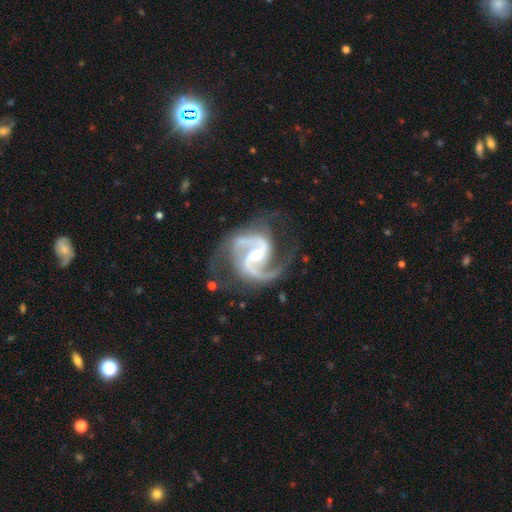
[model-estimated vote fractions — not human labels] Smooth or featured?
  - featured or disk: 94% *
  - star or artifact: 4%
  - smooth: 2%
Edge-on disk?
  - no: 98% *
  - yes: 2%
Bar?
  - weak: 42% *
  - no: 31%
  - strong: 27%
Spiral arms?
  - yes: 99% *
  - no: 1%
Spiral winding?
  - medium: 64% *
  - loose: 20%
  - tight: 16%
Spiral arm count?
  - 2: 84% *
  - 3: 9%
  - can't tell: 2%
  - 1: 2%
  - 4: 2%
  - more than 4: 2%
Bulge size?
  - moderate: 48% * (tied)
  - small: 48% * (tied)
  - large: 2%
  - none: 1%
  - dominant: 1%
Merging?
  - none: 70% *
  - minor disturbance: 18%
  - major disturbance: 11%
  - merger: 2%